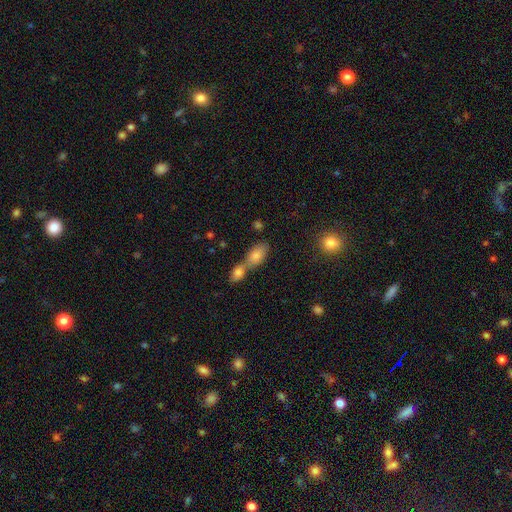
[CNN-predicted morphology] This appears to be a smooth galaxy with no disk features (79%) that is in between round and cigar-shaped (86%). Merging: merger (56%).